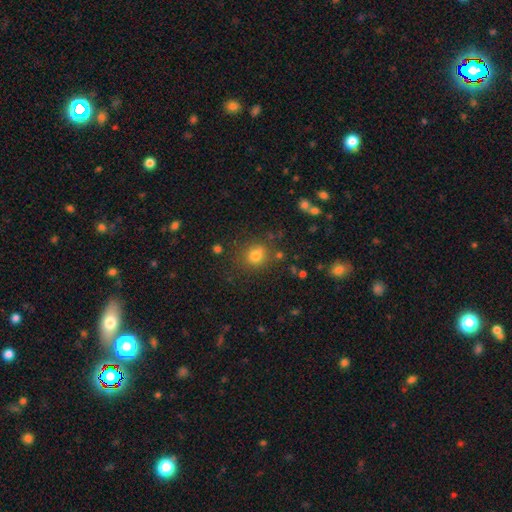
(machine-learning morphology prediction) A smooth galaxy with no disk features (76%) that is round (79%). Merging: none (77%).